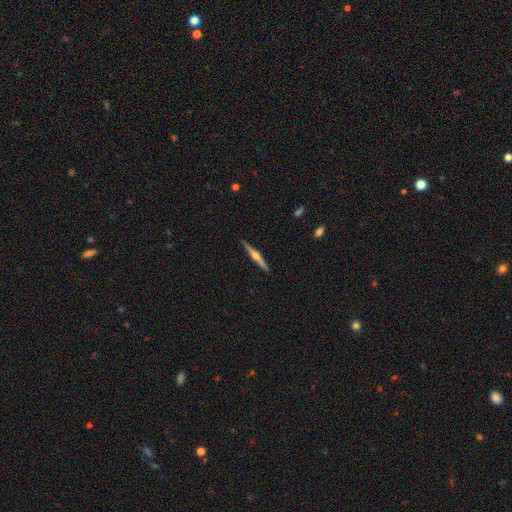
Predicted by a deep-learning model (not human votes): featured or disk 74%, smooth 21%, star or artifact 5%. Down the decision tree: edge-on disk — yes (98%); edge-on bulge — rounded (89%); merging — none (91%).